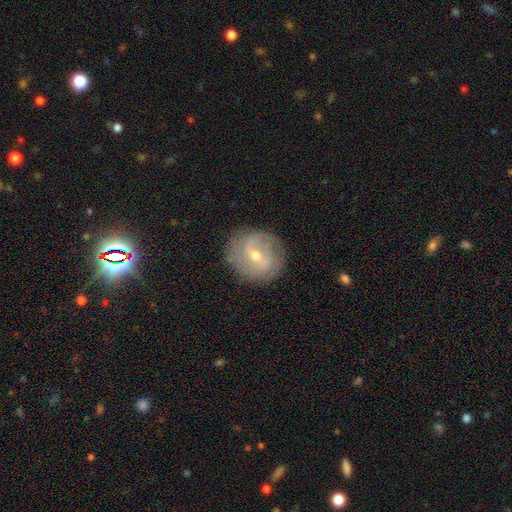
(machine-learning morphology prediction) This is likely a featured or disk galaxy (79%). It is clearly not viewed edge-on (97%). Bar: possibly weak (53%). Spiral arm pattern: clearly yes (90%). Spiral arm count: possibly 2 (58%). Spiral winding: marginally tight (43%). Central bulge: possibly moderate (50%). Merging: clearly none (81%).